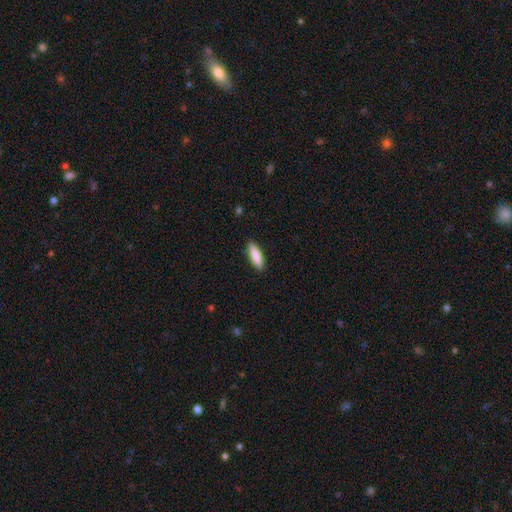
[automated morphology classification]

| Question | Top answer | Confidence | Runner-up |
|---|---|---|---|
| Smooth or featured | smooth | 87% | featured or disk (8%) |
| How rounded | cigar-shaped | 58% | in between (41%) |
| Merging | none | 88% | minor disturbance (9%) |